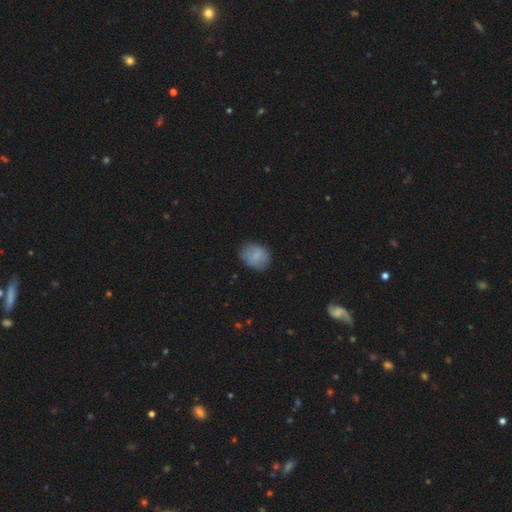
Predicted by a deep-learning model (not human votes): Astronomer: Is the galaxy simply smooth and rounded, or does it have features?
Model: smooth — 79%.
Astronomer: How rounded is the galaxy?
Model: in between — 54% (runner-up: round, 44%).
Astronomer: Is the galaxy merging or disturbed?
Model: none — 76%.